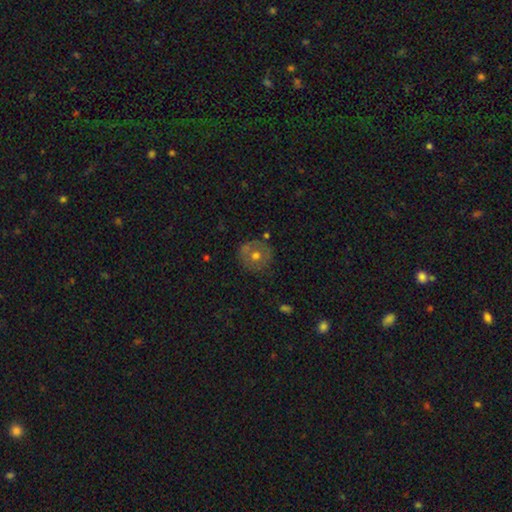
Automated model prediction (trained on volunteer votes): smooth_or_featured: smooth (p=0.53) [alt: featured or disk p=0.37]
how_rounded: round (p=0.92) [alt: in between p=0.07]
merging: none (p=0.79) [alt: minor disturbance p=0.15]